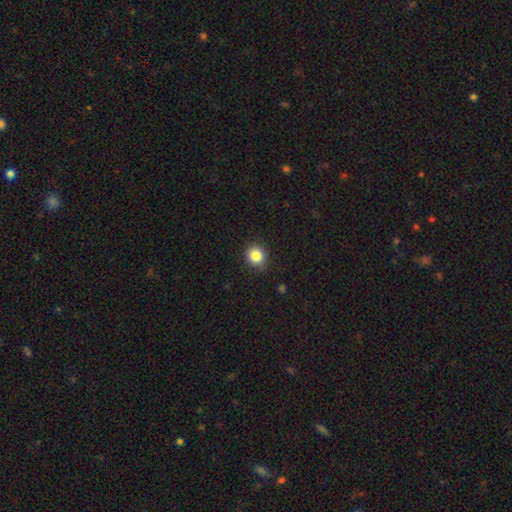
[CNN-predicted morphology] smooth 85%, star or artifact 10%, featured or disk 5%. Down the decision tree: how rounded — round (86%); merging — none (87%).